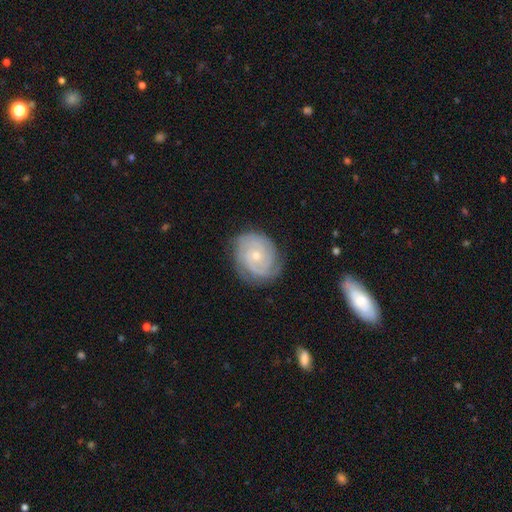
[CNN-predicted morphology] The model was most divided on "spiral arm count" (2-way tie): 2: 28%, 3: 28%, can't tell: 23%, 4: 10%, more than 4: 5%, 1: 5%. More confident: edge-on disk — no (98%); spiral arms — yes (96%); smooth or featured — featured or disk (84%); merging — none (80%); spiral winding — tight (78%); bar — no (76%); bulge size — small (66%).